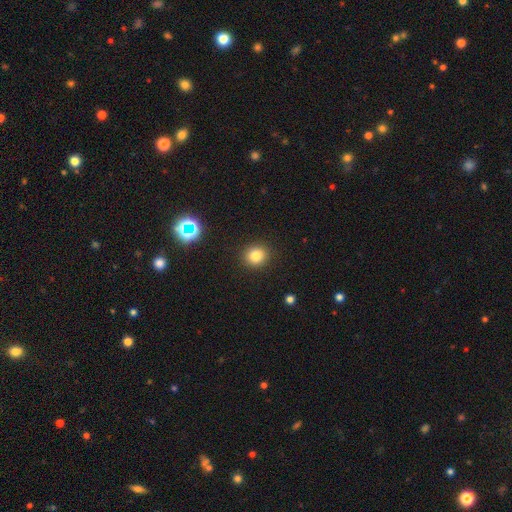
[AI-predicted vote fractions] Morphology: type=smooth (79%); roundness=round (82%); merging=none (90%).